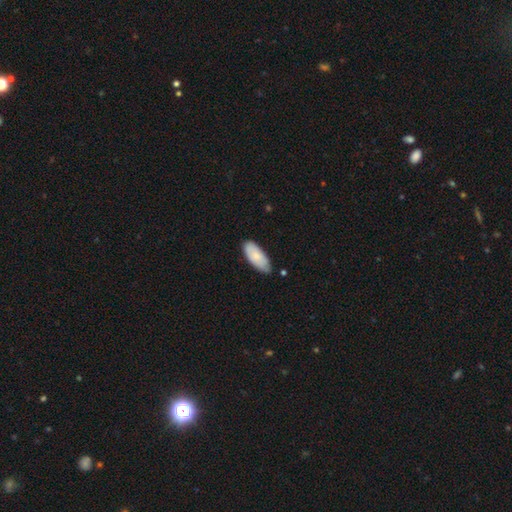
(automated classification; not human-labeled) Overall: smooth (83%). How rounded: in between (87%). Merging: none (68%).